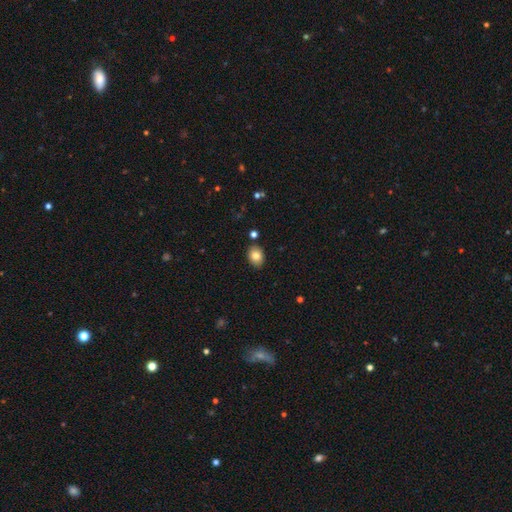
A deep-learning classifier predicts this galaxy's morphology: The model was most divided on "how rounded": in between: 70%, round: 29%, cigar-shaped: 1%. More confident: merging — none (85%); smooth or featured — smooth (82%).